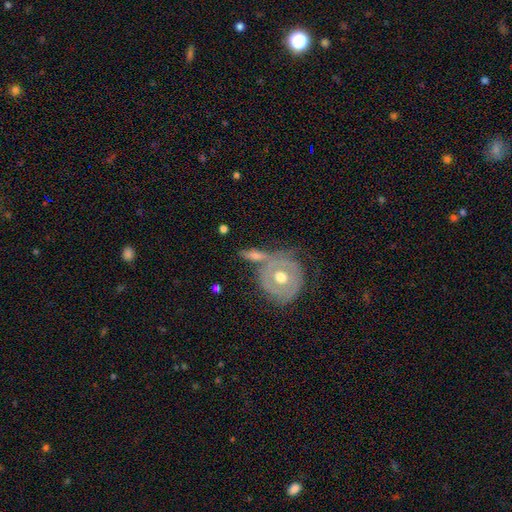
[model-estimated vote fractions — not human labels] Morphology: type=featured or disk (51%); edge-on=no (68%); merging=none (52%).